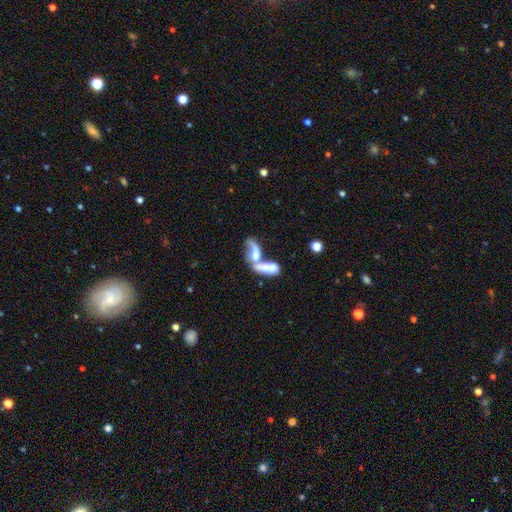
Smooth or featured? 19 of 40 (48%, tied with featured or disk) said smooth. How rounded? 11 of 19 (58%) said cigar-shaped. Merging? 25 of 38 (66%) said merger.